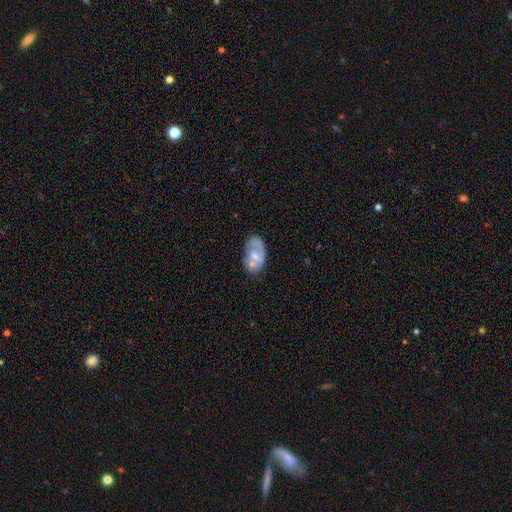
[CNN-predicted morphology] Smooth or featured: smooth — 48% (featured or disk — 44%)
Merging: none — 43% (minor disturbance — 23%)